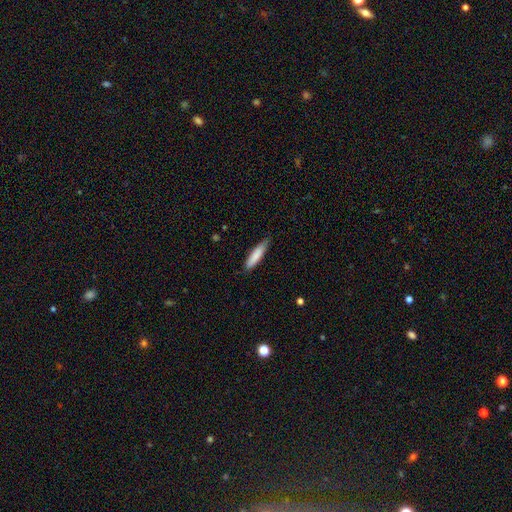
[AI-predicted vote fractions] The model was most divided on "how rounded": cigar-shaped: 79%, in between: 19%, round: 1%. More confident: smooth or featured — smooth (83%); merging — none (79%).